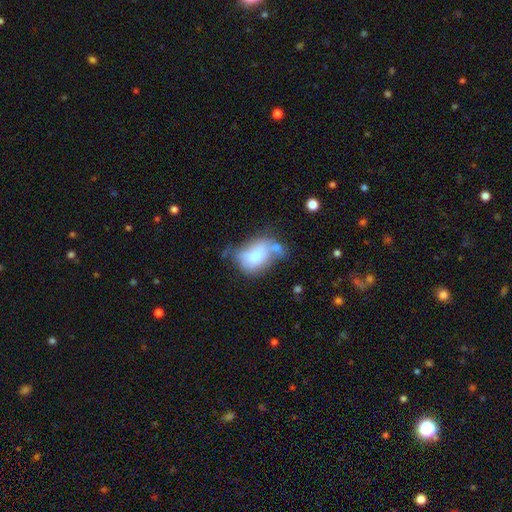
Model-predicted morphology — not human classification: This appears to be a smooth galaxy with no disk features (60%) that is in between round and cigar-shaped (83%). Merging: merger (30%).